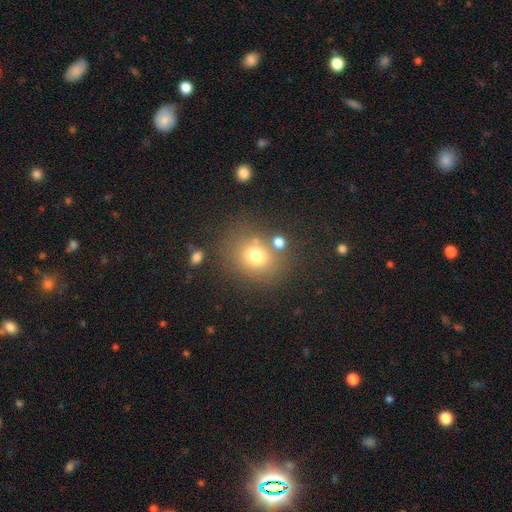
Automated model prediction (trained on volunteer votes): Smooth or featured? smooth (72%)
How rounded? round (66%)
Merging? none (72%)